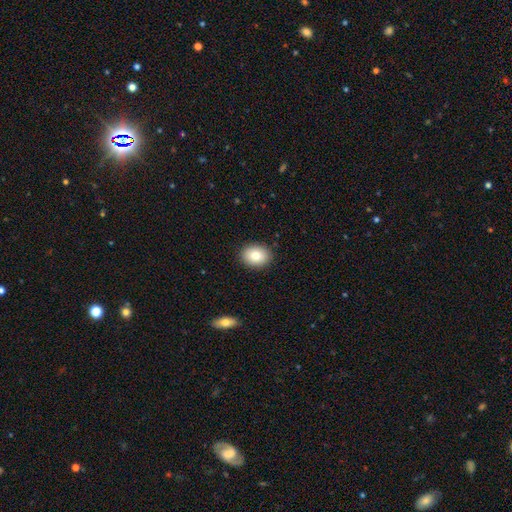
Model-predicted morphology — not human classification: Smooth or featured? smooth (83%)
How rounded? in between (60%)
Merging? none (90%)